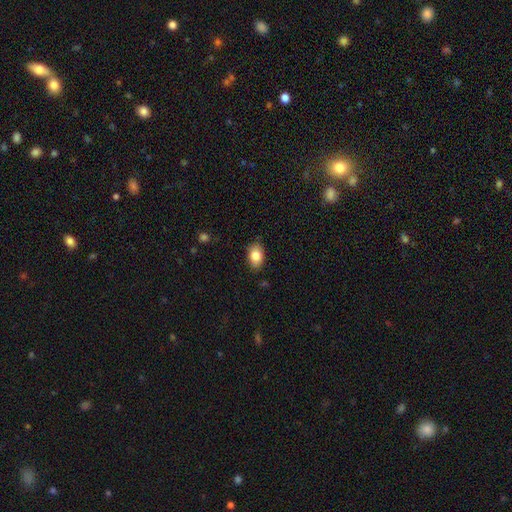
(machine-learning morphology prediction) Smooth or featured? Predicted: smooth (p=0.83). How rounded? Predicted: in between (p=0.86). Merging? Predicted: none (p=0.85).